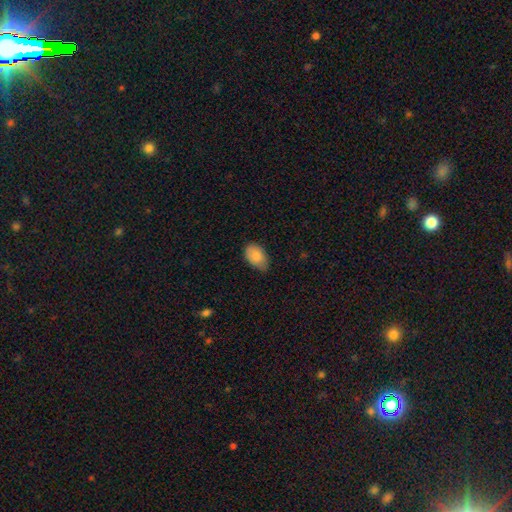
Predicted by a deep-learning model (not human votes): The model was most divided on "merging": none: 63%, minor disturbance: 32%, major disturbance: 5%, merger: 1%. More confident: how rounded — in between (91%); smooth or featured — smooth (87%).